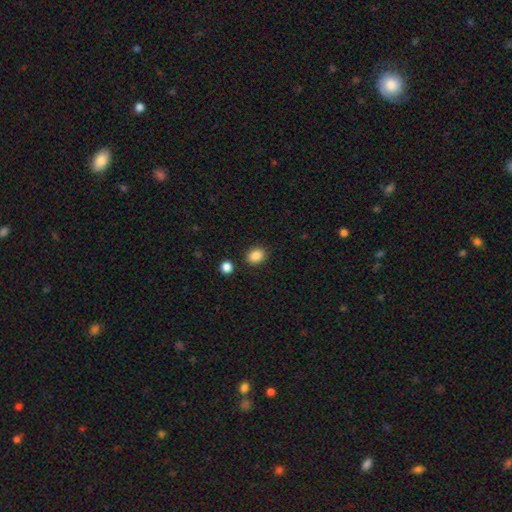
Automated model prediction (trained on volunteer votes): This is clearly a smooth galaxy (87%). How rounded: possibly in between (58%). Merging: clearly none (85%).